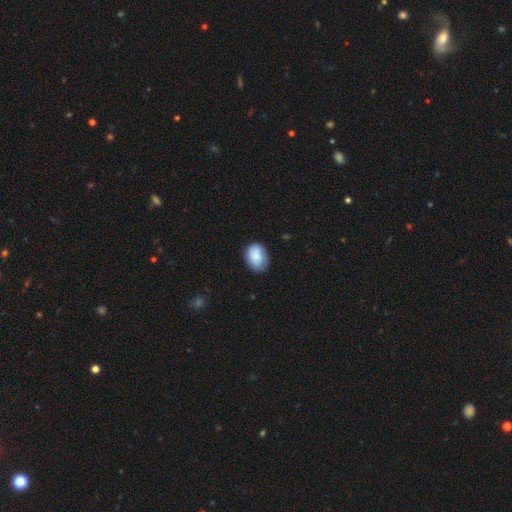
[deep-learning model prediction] The model was most divided on "how rounded": in between: 69%, round: 30%, cigar-shaped: 1%. More confident: smooth or featured — smooth (84%); merging — none (72%).